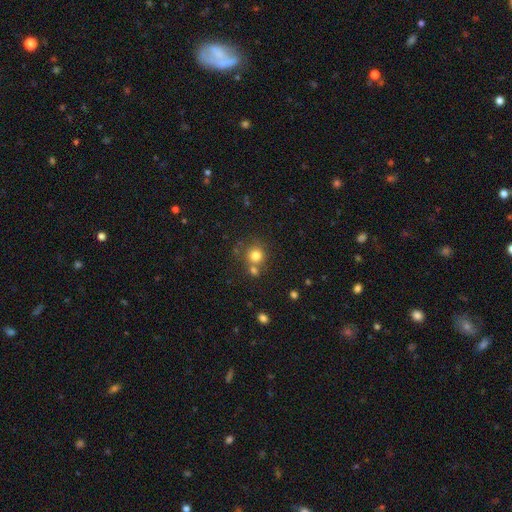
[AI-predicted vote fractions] smooth 79%, star or artifact 13%, featured or disk 8%. Down the decision tree: how rounded — round (90%); merging — none (62%).